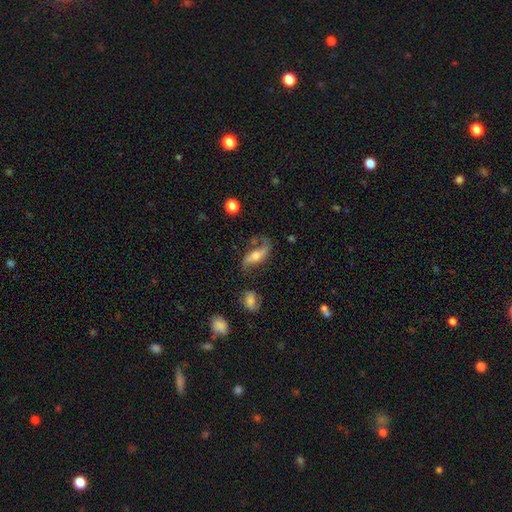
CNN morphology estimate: This appears to be a featured or disk galaxy (71%) with no bar (43%), 2 (89%) loose (80%) spiral arms (90%) and a moderate central bulge (56%). Merging: none (62%).